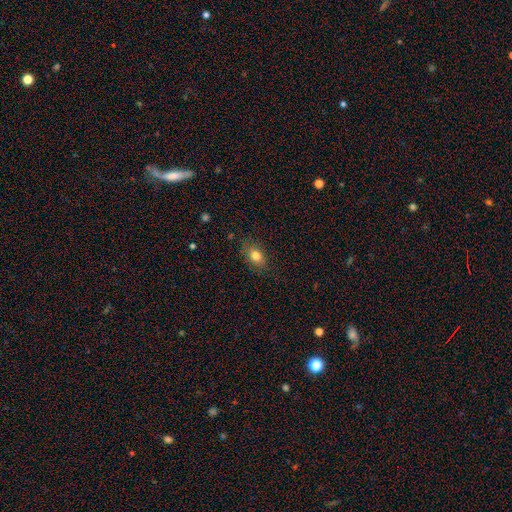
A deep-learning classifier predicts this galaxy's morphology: Smooth or featured? Predicted: smooth (p=0.79). How rounded? Predicted: in between (p=0.74). Merging? Predicted: none (p=0.81).